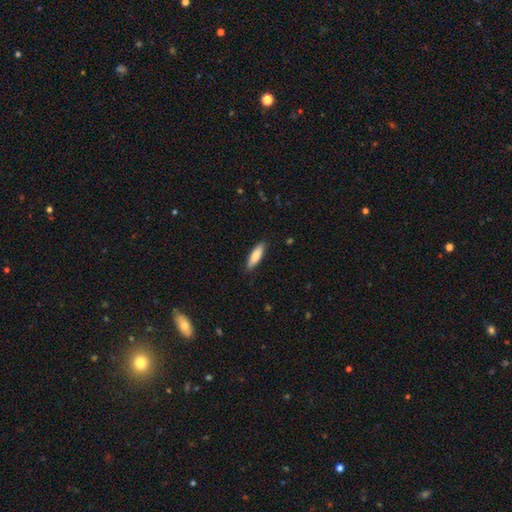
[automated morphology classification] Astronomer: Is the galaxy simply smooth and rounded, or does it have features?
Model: smooth — 83%.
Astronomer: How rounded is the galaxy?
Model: cigar-shaped — 54% (runner-up: in between, 44%).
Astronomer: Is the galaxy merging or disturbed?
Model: none — 86%.